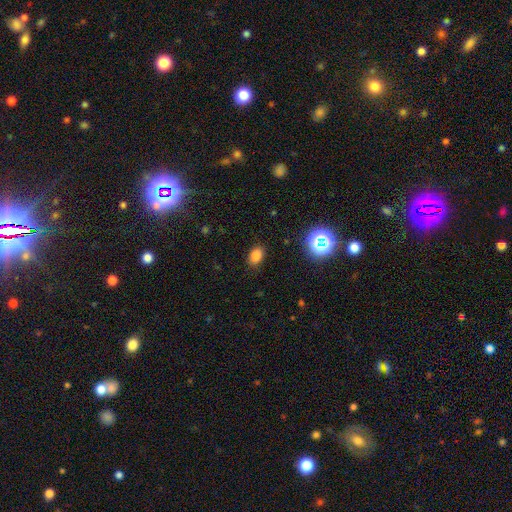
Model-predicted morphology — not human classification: This is likely a smooth galaxy (79%). How rounded: likely in between (76%). Merging: clearly none (87%).